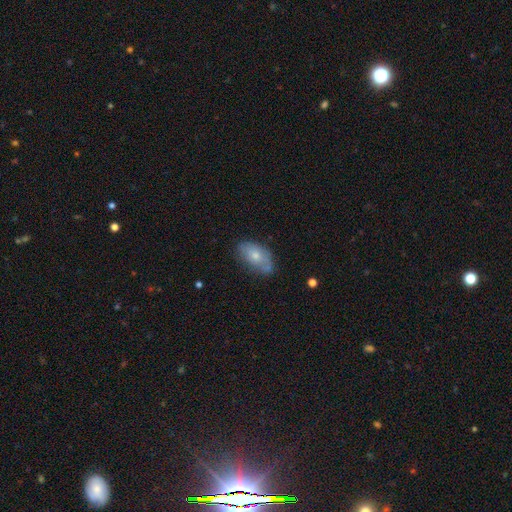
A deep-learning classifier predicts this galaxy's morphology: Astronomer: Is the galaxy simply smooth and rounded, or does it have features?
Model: smooth — 68%.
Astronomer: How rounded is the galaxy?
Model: in between — 92%.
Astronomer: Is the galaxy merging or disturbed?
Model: none — 61%.